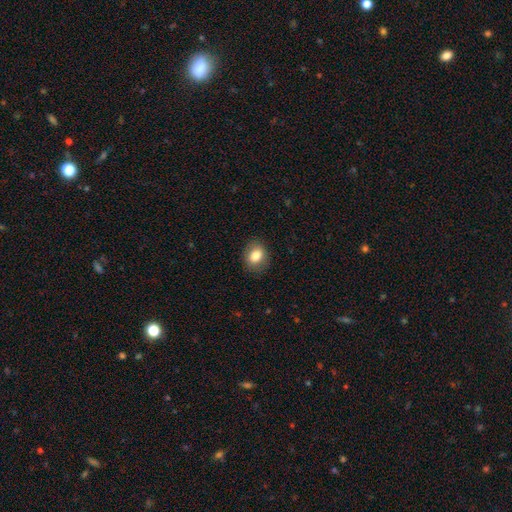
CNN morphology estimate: The model was most divided on "how rounded": in between: 53%, round: 46%, cigar-shaped: 1%. More confident: merging — none (85%); smooth or featured — smooth (81%).